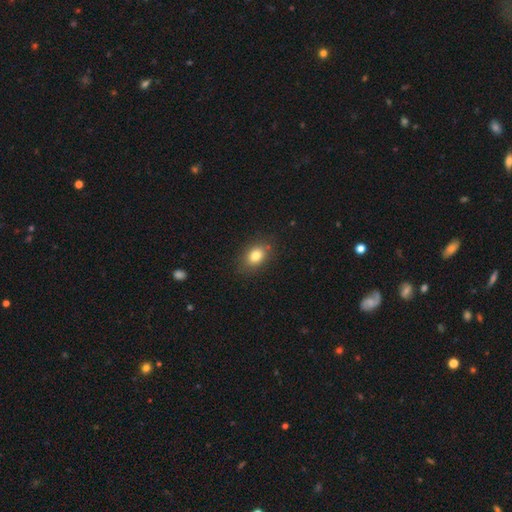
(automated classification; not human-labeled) Q: Smooth or featured?
A: smooth (81%); runner-up: star or artifact (10%)
Q: How rounded?
A: in between (74%); runner-up: round (25%)
Q: Merging?
A: none (83%); runner-up: minor disturbance (12%)